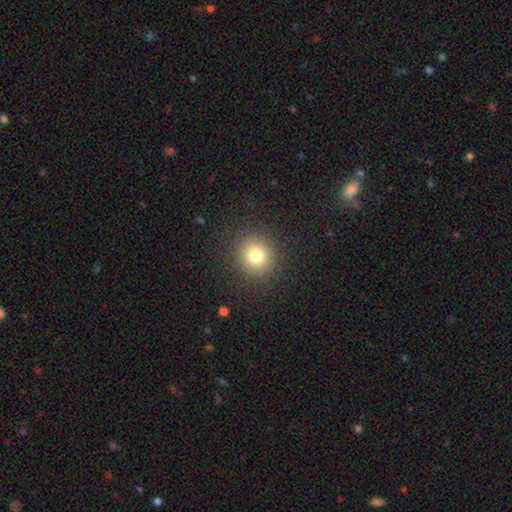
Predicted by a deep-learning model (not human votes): A smooth galaxy with no disk features (77%) that is round (89%). Merging: none (90%).